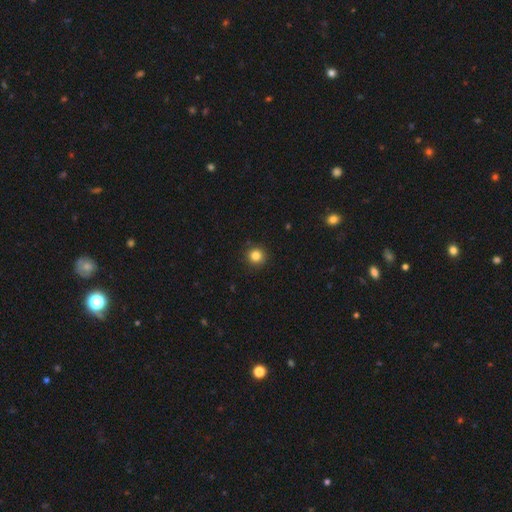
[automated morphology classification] smooth_or_featured: smooth (p=0.83) [alt: star or artifact p=0.12]
how_rounded: round (p=0.95) [alt: in between p=0.05]
merging: none (p=0.92) [alt: minor disturbance p=0.05]